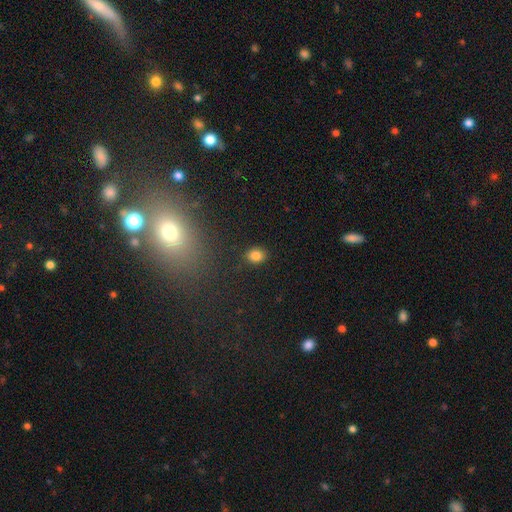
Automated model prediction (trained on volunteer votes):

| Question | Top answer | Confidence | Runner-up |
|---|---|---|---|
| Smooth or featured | smooth | 83% | star or artifact (11%) |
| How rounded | round | 51% | in between (48%) |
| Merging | none | 88% | minor disturbance (8%) |